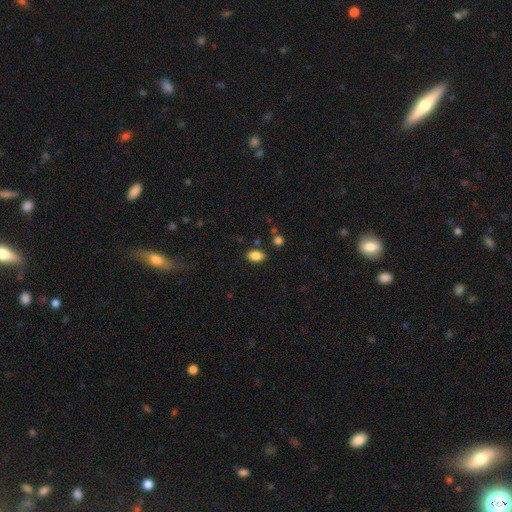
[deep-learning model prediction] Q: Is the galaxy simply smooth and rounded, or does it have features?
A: smooth — 86%.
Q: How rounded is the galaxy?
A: in between — 89%.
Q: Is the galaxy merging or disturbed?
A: none — 84%.